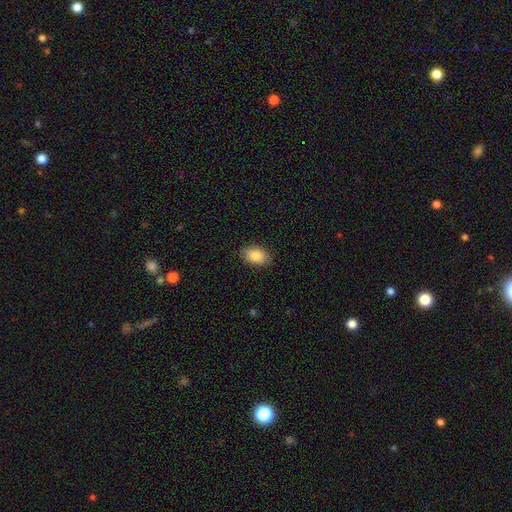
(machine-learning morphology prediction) smooth-or-featured: smooth: 87% | star or artifact: 7% | featured or disk: 6%
  how-rounded: in between: 90% | round: 9% | cigar-shaped: 1%
  merging: none: 87% | minor disturbance: 9% | major disturbance: 2% | merger: 1%